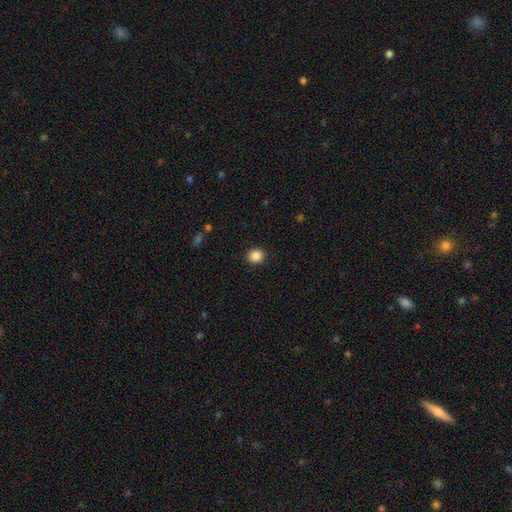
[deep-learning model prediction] smooth 87%, star or artifact 10%, featured or disk 3%. Down the decision tree: how rounded — round (81%); merging — none (91%).